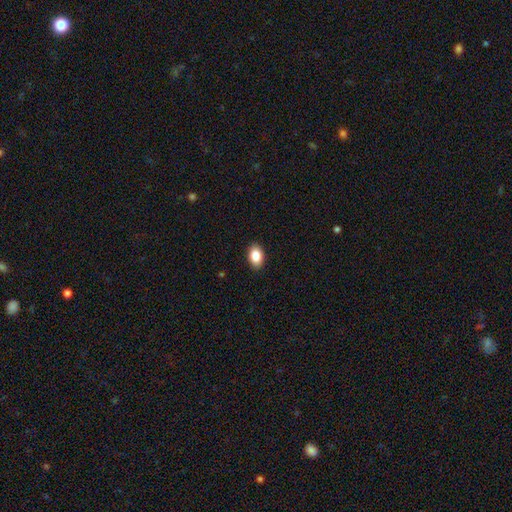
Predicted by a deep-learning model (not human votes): A smooth galaxy with no disk features (86%) that is in between round and cigar-shaped (89%). Merging: none (90%).